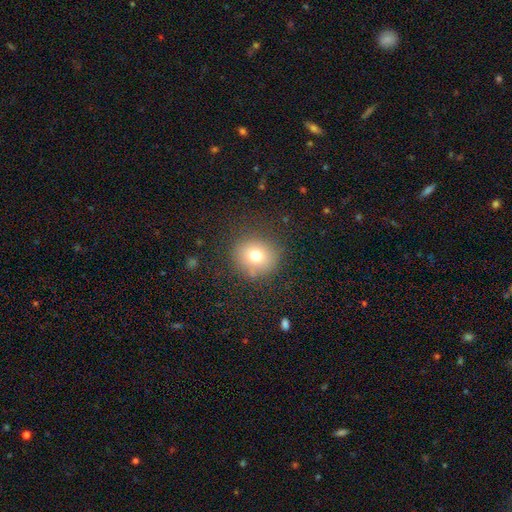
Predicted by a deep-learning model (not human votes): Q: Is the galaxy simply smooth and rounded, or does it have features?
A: smooth — 74%.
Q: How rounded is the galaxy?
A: round — 86%.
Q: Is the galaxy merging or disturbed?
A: none — 83%.